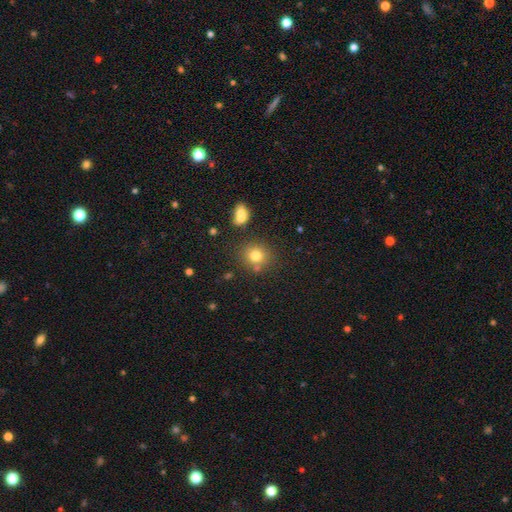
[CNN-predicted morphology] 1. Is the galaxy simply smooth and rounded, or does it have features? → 77% smooth, 14% star or artifact, 9% featured or disk.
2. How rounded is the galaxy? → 83% round, 16% in between, 1% cigar-shaped.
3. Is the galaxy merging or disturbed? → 77% none, 10% merger, 10% minor disturbance, 3% major disturbance.